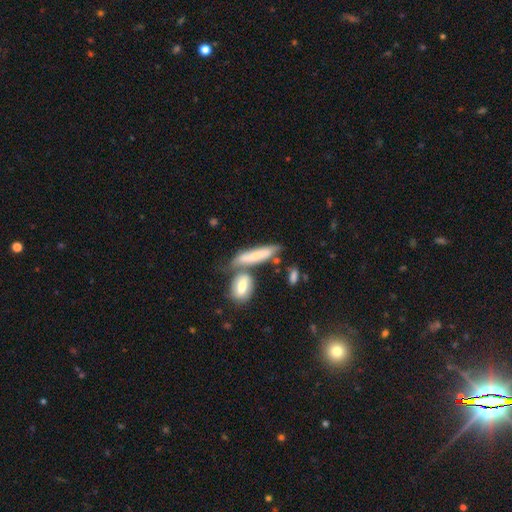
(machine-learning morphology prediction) type=smooth (66%); roundness=cigar-shaped (65%); merging=none (41%).